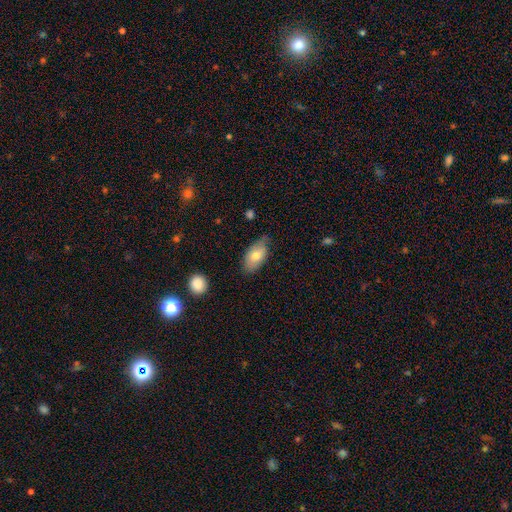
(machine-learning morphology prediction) Smooth or featured? smooth (75%)
How rounded? in between (93%)
Merging? none (69%)